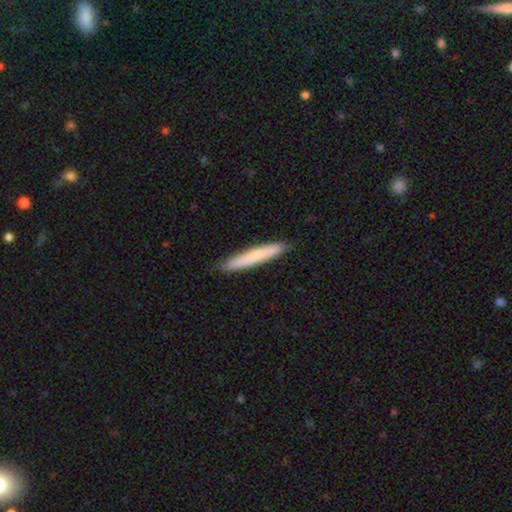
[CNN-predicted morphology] smooth-or-featured: smooth: 71% | featured or disk: 24% | star or artifact: 5%
  how-rounded: cigar-shaped: 95% | in between: 4% | round: 1%
  merging: none: 89% | minor disturbance: 8% | major disturbance: 1% | merger: 1%